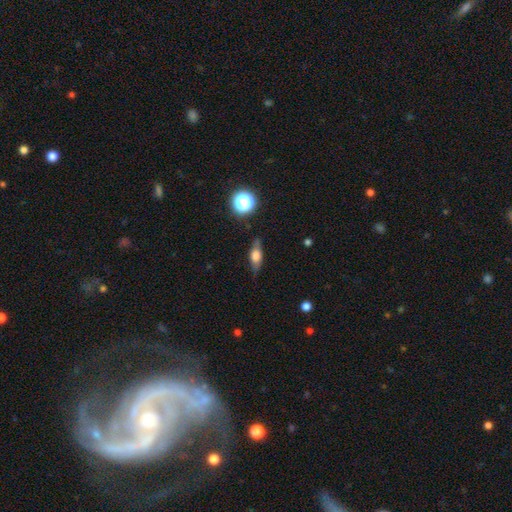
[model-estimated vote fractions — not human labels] A smooth galaxy with no disk features (54%) that is in between round and cigar-shaped (61%). Merging: none (75%).